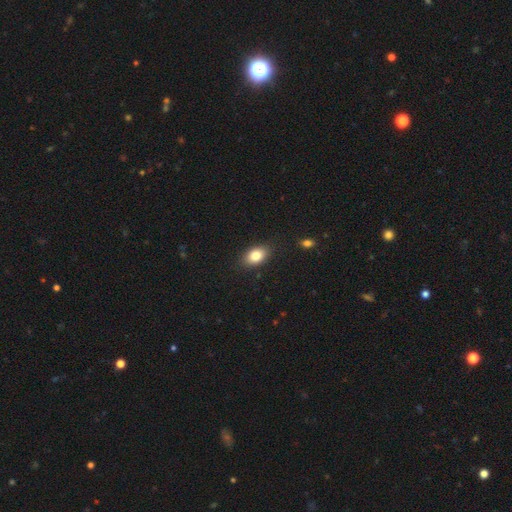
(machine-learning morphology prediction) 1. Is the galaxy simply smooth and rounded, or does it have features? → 83% smooth, 9% featured or disk, 8% star or artifact.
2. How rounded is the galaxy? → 85% in between, 13% round, 2% cigar-shaped.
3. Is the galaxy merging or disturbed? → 86% none, 10% minor disturbance, 2% major disturbance, 1% merger.